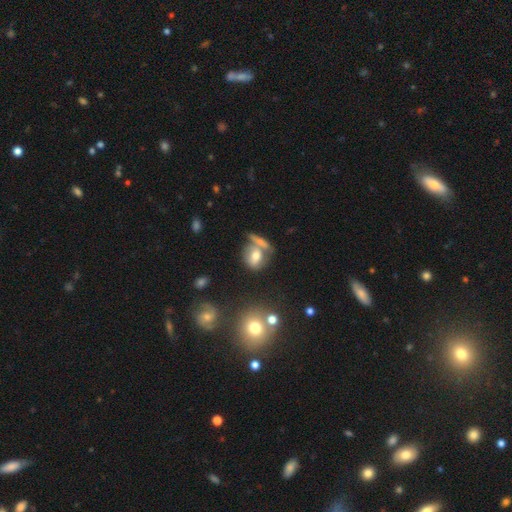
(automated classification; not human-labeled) Morphology: type=smooth (61%); roundness=round (51%); merging=none (46%).